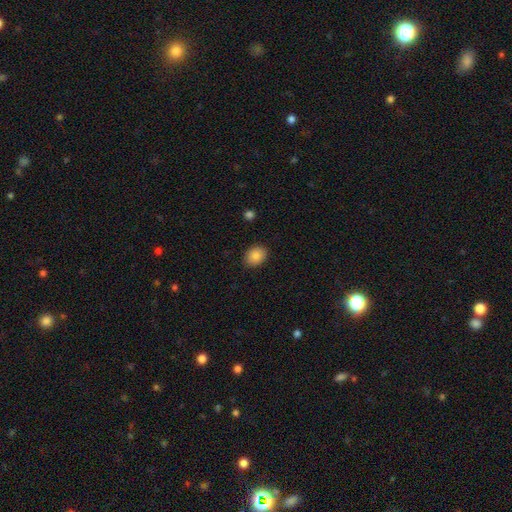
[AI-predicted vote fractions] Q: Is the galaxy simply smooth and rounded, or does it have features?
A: smooth — 85%.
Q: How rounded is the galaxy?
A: in between — 55%.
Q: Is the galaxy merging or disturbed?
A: none — 88%.